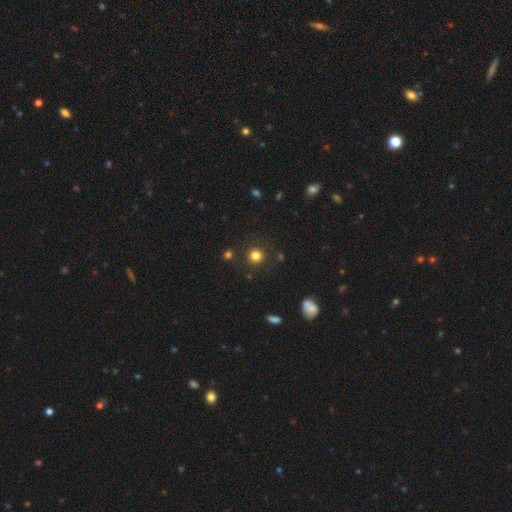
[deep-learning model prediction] The model was most divided on "smooth or featured": smooth: 80%, star or artifact: 15%, featured or disk: 5%. More confident: how rounded — round (94%); merging — none (87%).